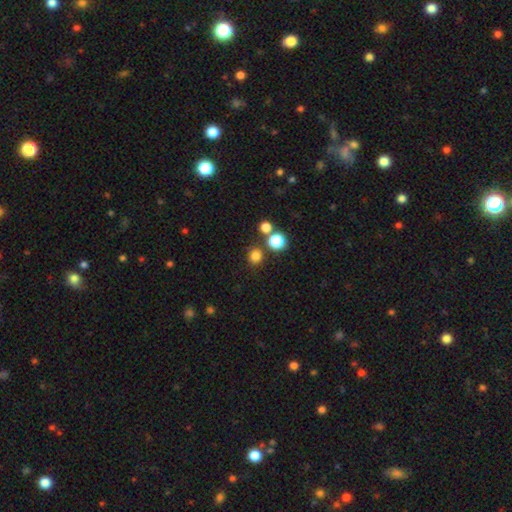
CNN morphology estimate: smooth_or_featured: smooth (p=0.79) [alt: star or artifact p=0.17]
how_rounded: round (p=0.88) [alt: in between p=0.11]
merging: none (p=0.80) [alt: merger p=0.10]